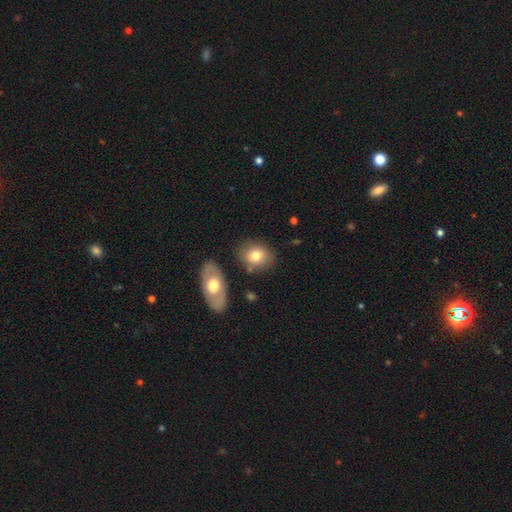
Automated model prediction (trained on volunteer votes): Smooth or featured? smooth (74%)
How rounded? in between (53%)
Merging? none (76%)